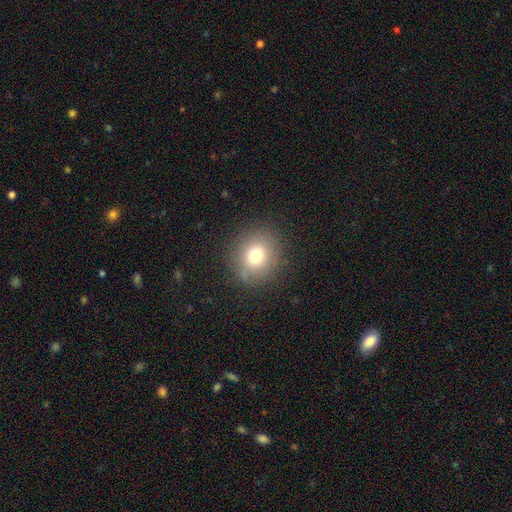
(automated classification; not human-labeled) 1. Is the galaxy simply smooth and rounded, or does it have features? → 74% smooth, 14% star or artifact, 12% featured or disk.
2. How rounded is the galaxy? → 79% round, 20% in between, 1% cigar-shaped.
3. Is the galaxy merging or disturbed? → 85% none, 10% minor disturbance, 4% major disturbance, 1% merger.